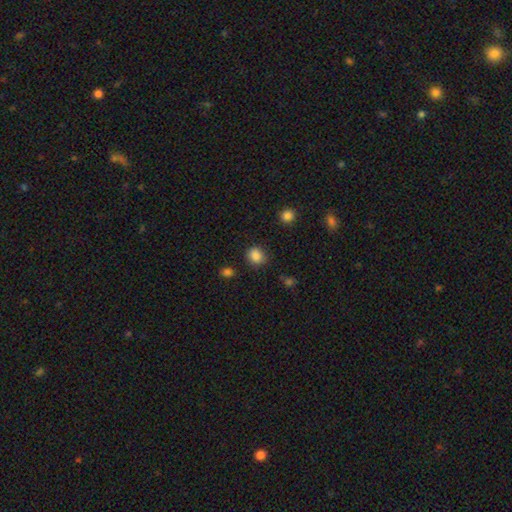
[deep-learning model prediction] smooth 86%, star or artifact 10%, featured or disk 3%. Down the decision tree: how rounded — round (79%); merging — none (85%).